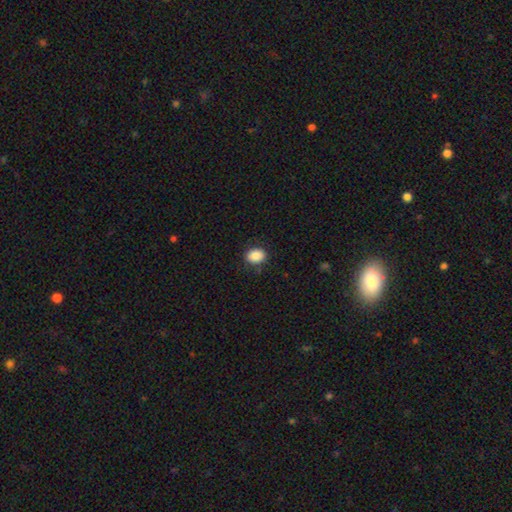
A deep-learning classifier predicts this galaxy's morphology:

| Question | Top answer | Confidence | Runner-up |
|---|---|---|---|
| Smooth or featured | smooth | 88% | star or artifact (8%) |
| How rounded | in between | 63% | round (36%) |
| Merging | none | 84% | minor disturbance (11%) |